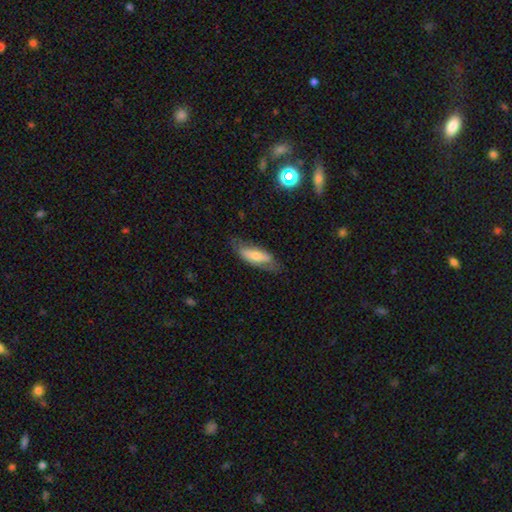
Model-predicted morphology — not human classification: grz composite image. It shows a smooth galaxy with no disk features (56%) that is in between round and cigar-shaped (66%). Merging: none (63%).